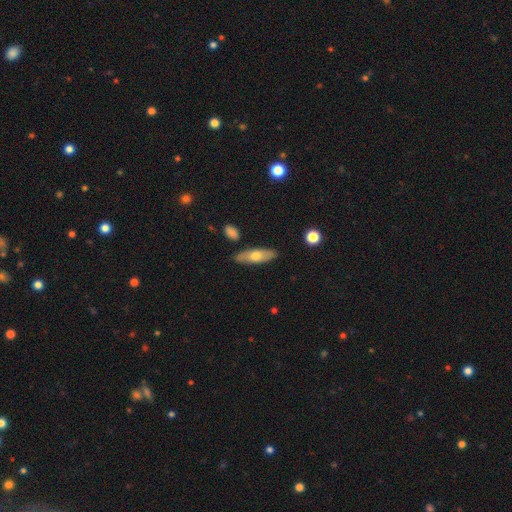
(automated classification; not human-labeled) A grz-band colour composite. It shows a smooth galaxy with no disk features (59%) that is in between round and cigar-shaped (60%). Merging: none (83%).